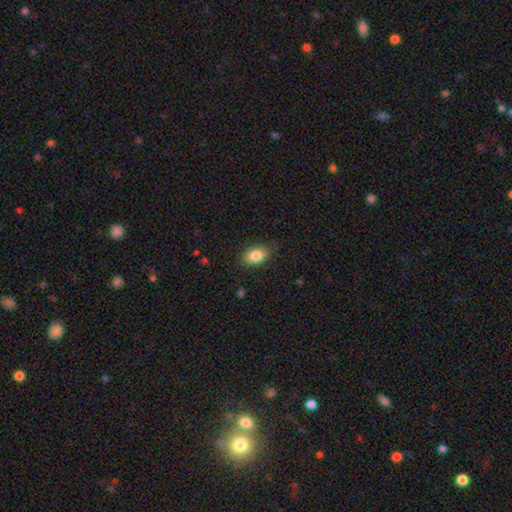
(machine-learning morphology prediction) type=smooth (84%); roundness=in between (86%); merging=none (84%).